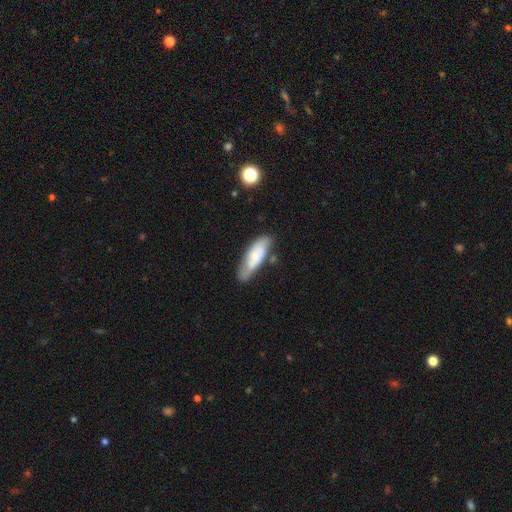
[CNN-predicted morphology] This appears to be a smooth galaxy with no disk features (57%) that is in between round and cigar-shaped (55%). Merging: none (61%).